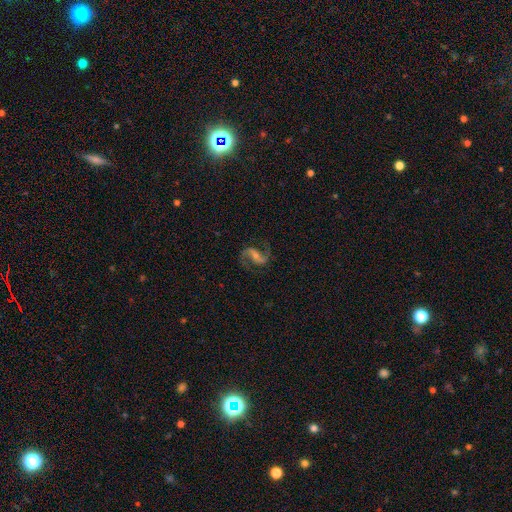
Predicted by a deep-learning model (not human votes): A featured or disk galaxy (90%) with a weak bar (43%), 2 (94%) medium (52%) spiral arms (98%) and a small central bulge (54%).

Vote fractions:
- Smooth or featured? featured or disk: 90% / star or artifact: 6% / smooth: 4%
- Edge-on disk? no: 98% / yes: 2%
- Bar? weak: 43% / strong: 35% / no: 22%
- Spiral arms? yes: 98% / no: 2%
- Spiral winding? medium: 52% / loose: 39% / tight: 10%
- Spiral arm count? 2: 94% / can't tell: 1% / 1: 1% / 3: 1% / 4: 1% / more than 4: 1%
- Bulge size? small: 54% / moderate: 36% / none: 7% / large: 3% / dominant: 1%
- Merging? none: 83% / minor disturbance: 11% / major disturbance: 6% / merger: 1%